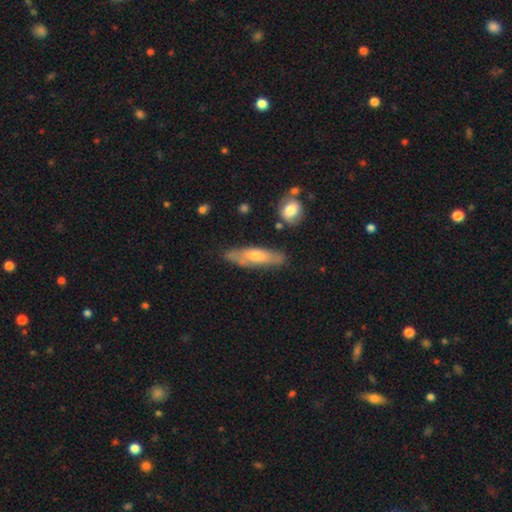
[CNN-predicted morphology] type=smooth (51%); roundness=cigar-shaped (65%); merging=none (74%).